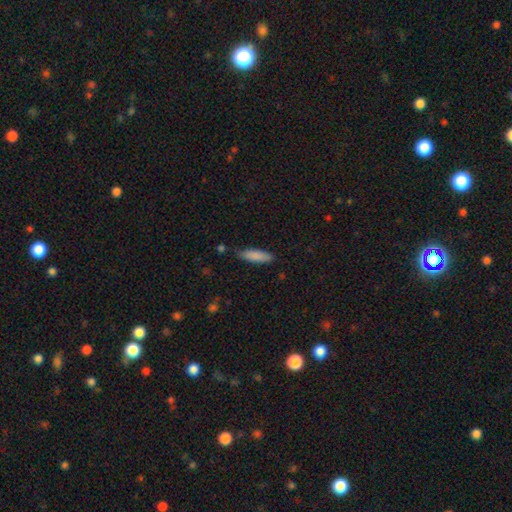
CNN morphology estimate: smooth 86%, featured or disk 8%, star or artifact 6%. Down the decision tree: how rounded — cigar-shaped (57%); merging — none (76%).